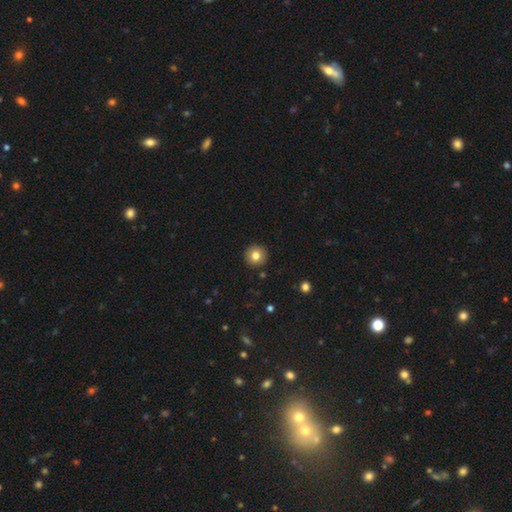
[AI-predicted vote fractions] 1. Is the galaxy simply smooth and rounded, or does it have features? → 80% smooth, 10% star or artifact, 10% featured or disk.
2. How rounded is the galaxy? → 95% round, 4% in between, 1% cigar-shaped.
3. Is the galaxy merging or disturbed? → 92% none, 5% minor disturbance, 2% major disturbance, 1% merger.